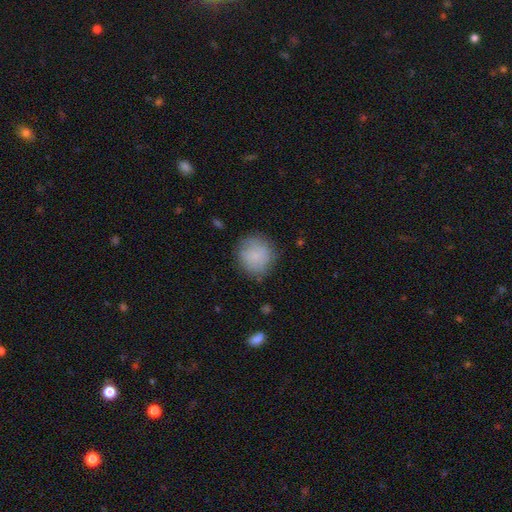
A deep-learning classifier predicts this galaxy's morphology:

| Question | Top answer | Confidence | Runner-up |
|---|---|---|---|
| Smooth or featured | smooth | 81% | featured or disk (11%) |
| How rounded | round | 91% | in between (8%) |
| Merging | none | 79% | minor disturbance (15%) |